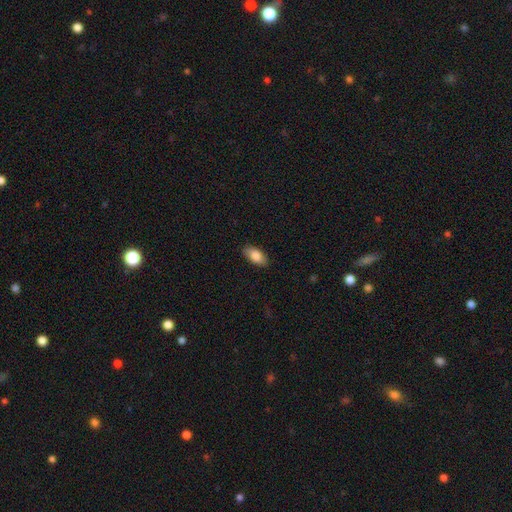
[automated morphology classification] smooth-or-featured: smooth: 84% | featured or disk: 10% | star or artifact: 6%
  how-rounded: in between: 92% | cigar-shaped: 5% | round: 3%
  merging: none: 87% | minor disturbance: 10% | major disturbance: 2% | merger: 1%